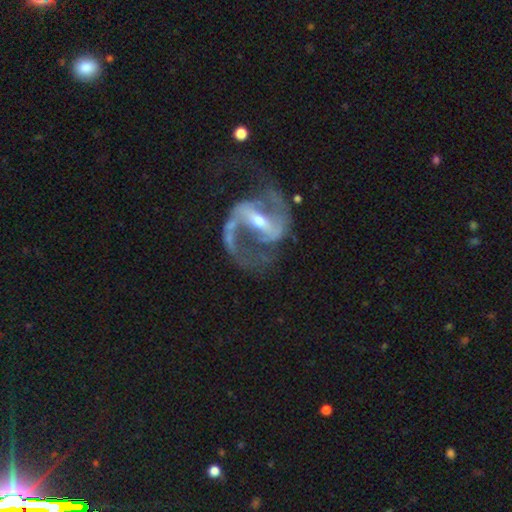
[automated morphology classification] The model was most divided on "bulge size": small: 55%, moderate: 41%, large: 2%, none: 1%, dominant: 1%. More confident: spiral arms — yes (97%); edge-on disk — no (97%); spiral arm count — 2 (92%); smooth or featured — featured or disk (91%); merging — none (68%); bar — strong (64%); spiral winding — medium (56%).